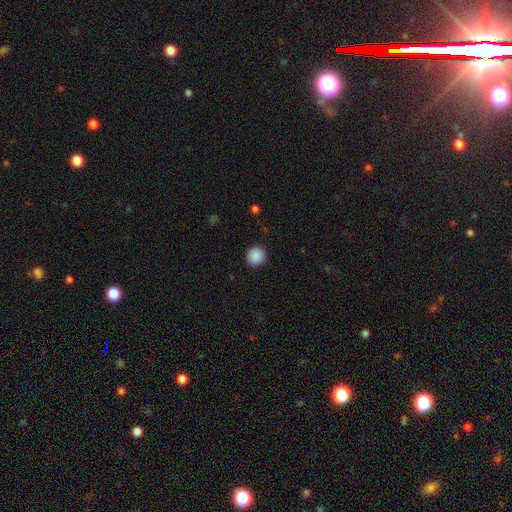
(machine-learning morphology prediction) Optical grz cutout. It shows a smooth galaxy with no disk features (89%) that is round (94%). Merging: none (92%).